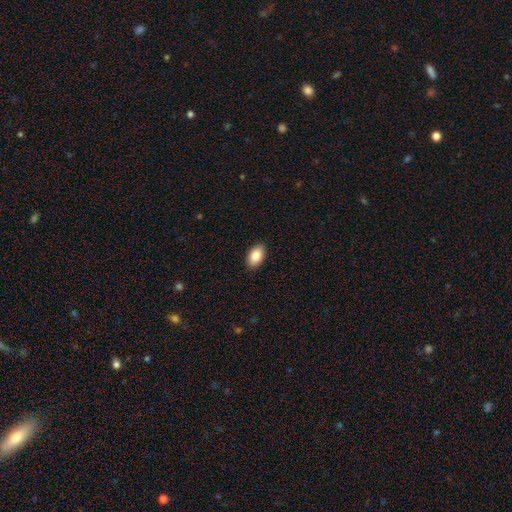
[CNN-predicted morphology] The model was most divided on "smooth or featured": smooth: 88%, star or artifact: 7%, featured or disk: 5%. More confident: how rounded — in between (93%); merging — none (89%).